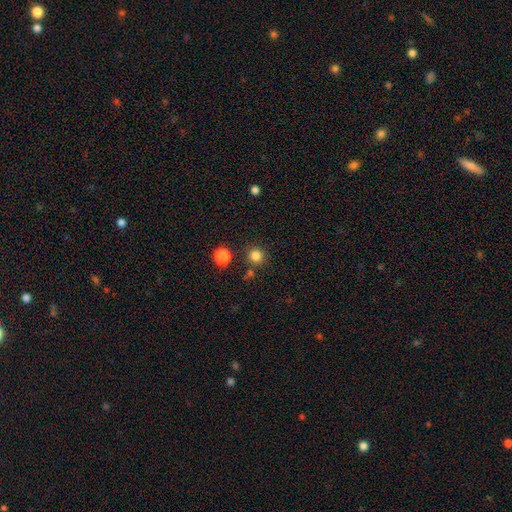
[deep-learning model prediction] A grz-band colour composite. It shows a smooth galaxy with no disk features (82%) that is round (94%). Merging: none (85%).